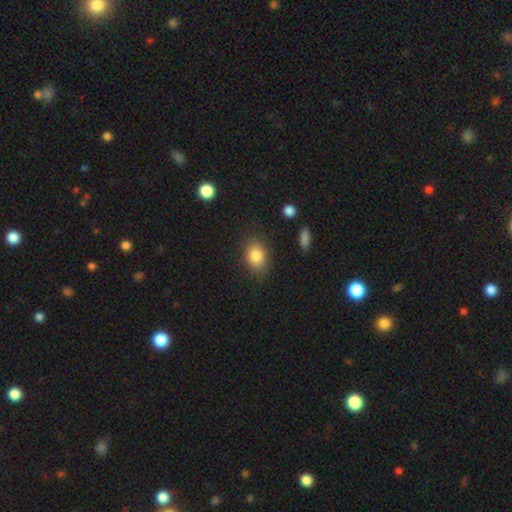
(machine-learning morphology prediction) Smooth or featured? Predicted: smooth (p=0.84). How rounded? Predicted: in between (p=0.71). Merging? Predicted: none (p=0.82).